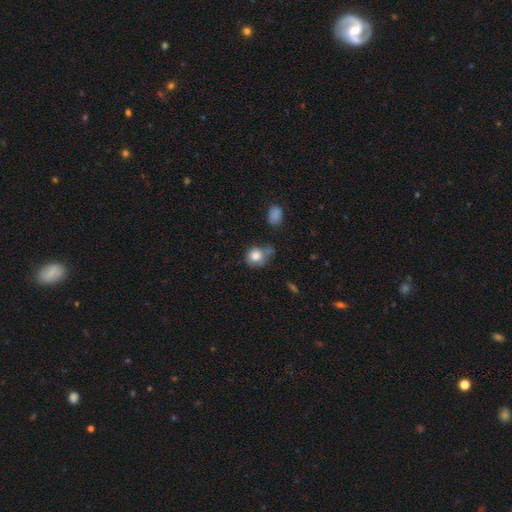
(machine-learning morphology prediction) Smooth or featured? smooth (81%)
How rounded? round (73%)
Merging? none (47%)